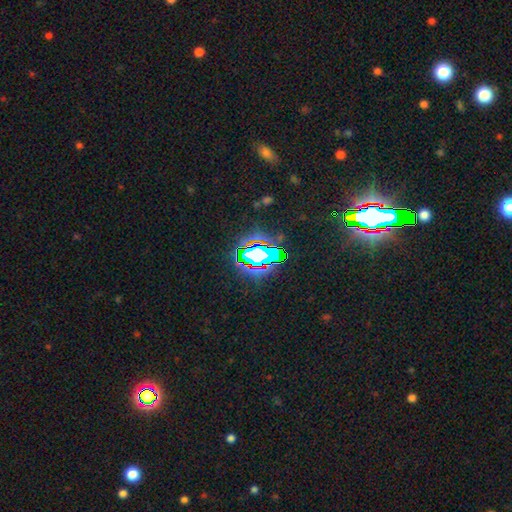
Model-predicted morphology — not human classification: Overall: star or artifact (70%).